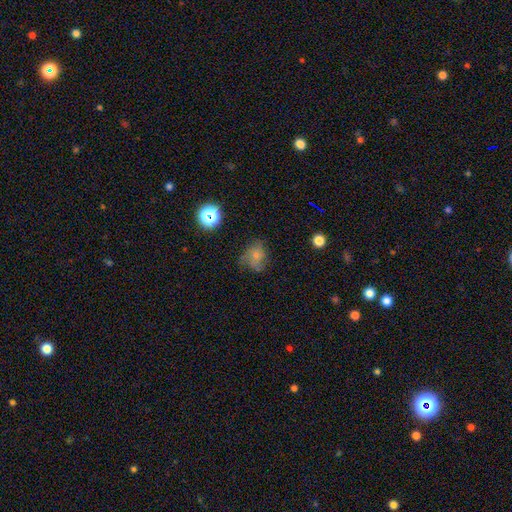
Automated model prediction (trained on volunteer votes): This is likely a smooth galaxy (60%). How rounded: possibly round (54%). Merging: possibly none (52%).